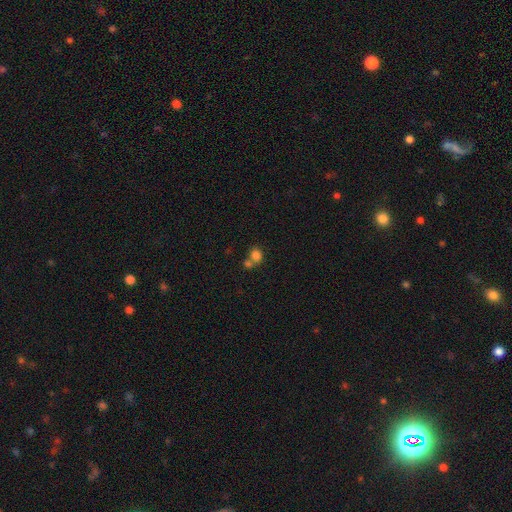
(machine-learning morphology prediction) Overall: smooth (80%). How rounded: round (56%; in between 43%). Merging: merger (49%; none 38%).